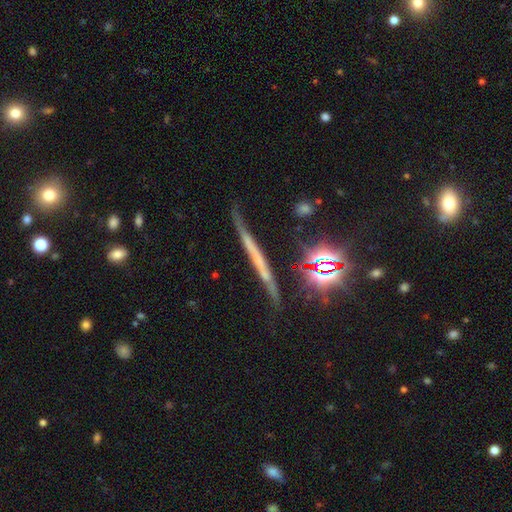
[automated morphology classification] Smooth or featured: featured or disk — 48% (smooth — 28%)
Merging: none — 75% (minor disturbance — 16%)